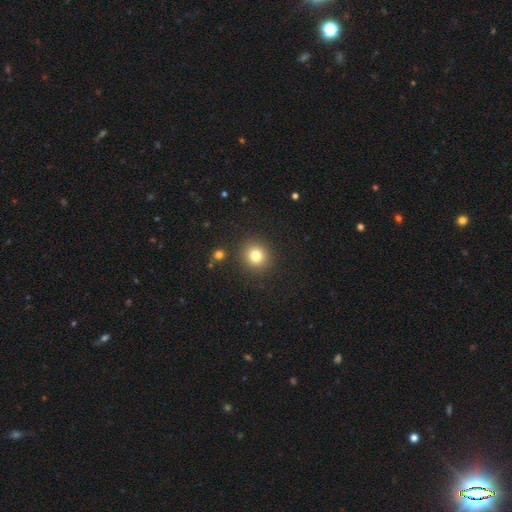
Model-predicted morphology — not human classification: smooth 80%, star or artifact 13%, featured or disk 7%. Down the decision tree: how rounded — round (91%); merging — none (90%).